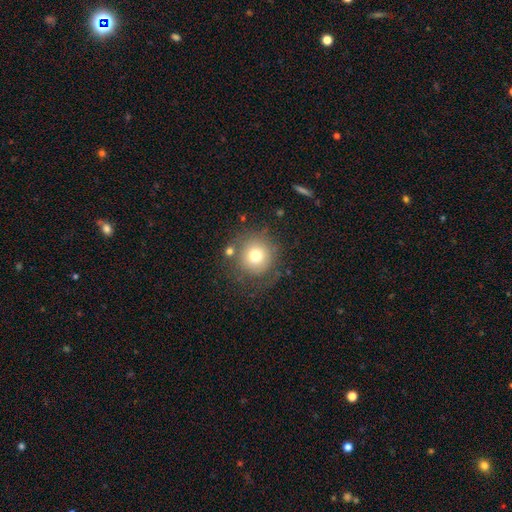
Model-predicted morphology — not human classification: Smooth or featured: smooth — 72% (featured or disk — 16%)
How rounded: round — 94% (in between — 6%)
Merging: none — 72% (minor disturbance — 14%)